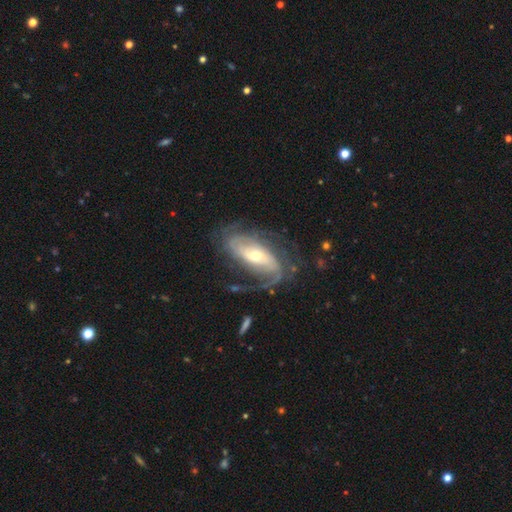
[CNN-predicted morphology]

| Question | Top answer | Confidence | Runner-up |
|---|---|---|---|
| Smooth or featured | featured or disk | 83% | smooth (11%) |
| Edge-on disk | no | 92% | yes (8%) |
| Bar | no | 41% | weak (31%) |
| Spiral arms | yes | 91% | no (9%) |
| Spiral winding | tight | 39% | medium (36%) |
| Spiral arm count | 2 | 50% | can't tell (25%) |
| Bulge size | moderate | 49% | small (46%) |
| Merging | none | 61% | minor disturbance (19%) |